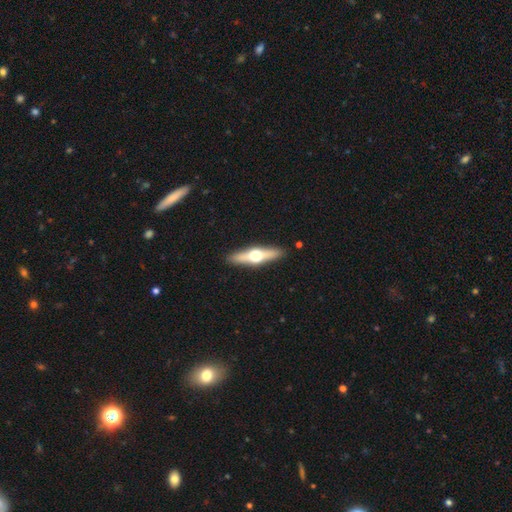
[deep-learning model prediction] smooth_or_featured: featured or disk (p=0.64) [alt: smooth p=0.30]
disk_edge_on: yes (p=0.95) [alt: no p=0.05]
edge_on_bulge: rounded (p=0.96) [alt: boxy p=0.02]
merging: none (p=0.90) [alt: minor disturbance p=0.07]